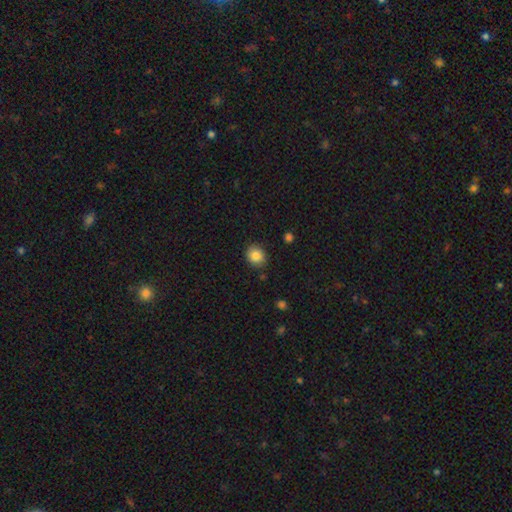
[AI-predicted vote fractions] Q: Smooth or featured?
A: smooth (85%); runner-up: star or artifact (9%)
Q: How rounded?
A: round (70%); runner-up: in between (29%)
Q: Merging?
A: none (87%); runner-up: minor disturbance (9%)